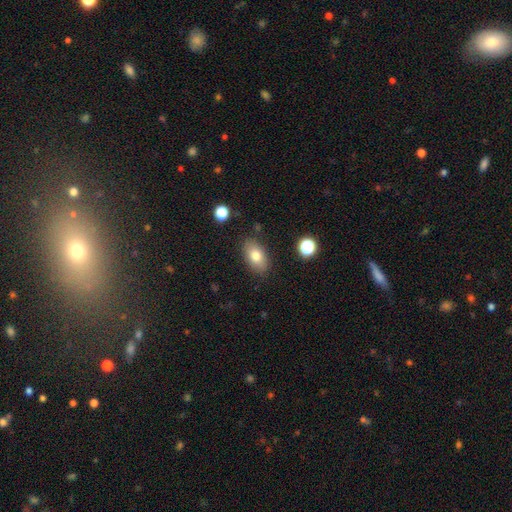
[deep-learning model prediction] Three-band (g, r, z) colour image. It shows a smooth galaxy with no disk features (78%) that is in between round and cigar-shaped (89%). Merging: none (84%).